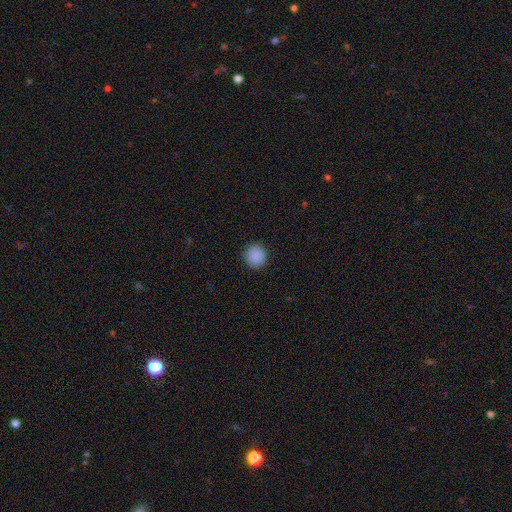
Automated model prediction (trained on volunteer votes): The model was most divided on "smooth or featured": smooth: 89%, star or artifact: 9%, featured or disk: 2%. More confident: how rounded — round (93%); merging — none (92%).